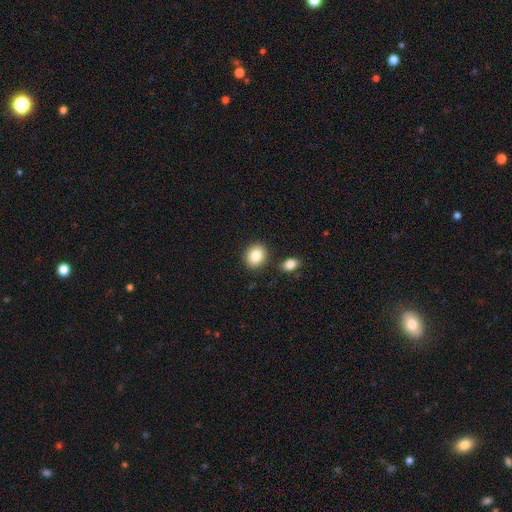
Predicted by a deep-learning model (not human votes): Smooth or featured?
  - smooth: 85% *
  - star or artifact: 8%
  - featured or disk: 7%
How rounded?
  - round: 61% *
  - in between: 38%
  - cigar-shaped: 1%
Merging?
  - none: 83% *
  - minor disturbance: 8%
  - merger: 6%
  - major disturbance: 2%